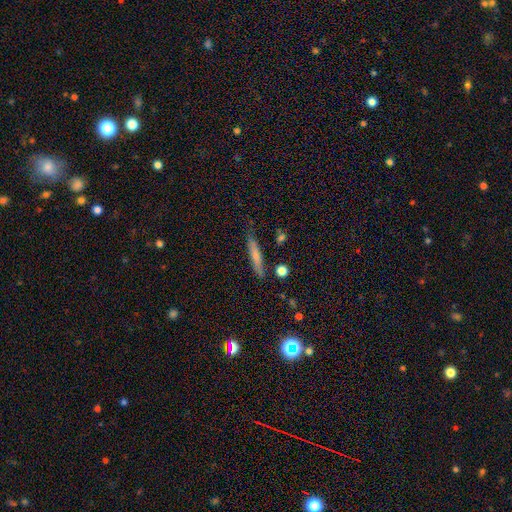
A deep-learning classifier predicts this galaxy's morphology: smooth-or-featured: smooth: 62% | featured or disk: 30% | star or artifact: 8%
  how-rounded: cigar-shaped: 91% | in between: 7% | round: 2%
  merging: none: 77% | minor disturbance: 16% | merger: 4% | major disturbance: 3%